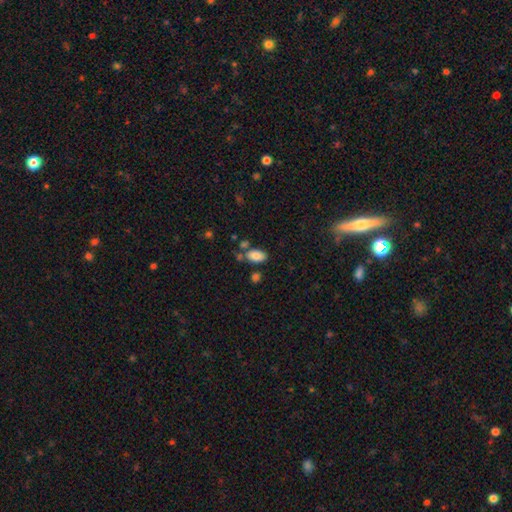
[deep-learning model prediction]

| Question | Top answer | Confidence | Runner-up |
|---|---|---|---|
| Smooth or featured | smooth | 84% | star or artifact (8%) |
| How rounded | in between | 94% | round (5%) |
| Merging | none | 65% | minor disturbance (15%) |